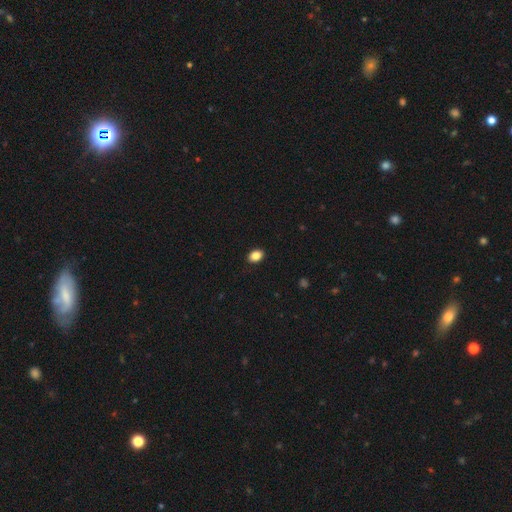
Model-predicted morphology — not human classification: Smooth or featured: smooth — 86% (star or artifact — 9%)
How rounded: in between — 73% (round — 26%)
Merging: none — 90% (minor disturbance — 8%)